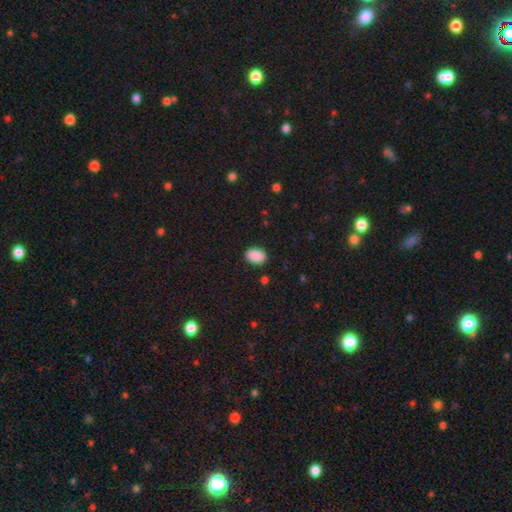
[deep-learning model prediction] Morphology: type=smooth (90%); roundness=in between (81%); merging=none (89%).